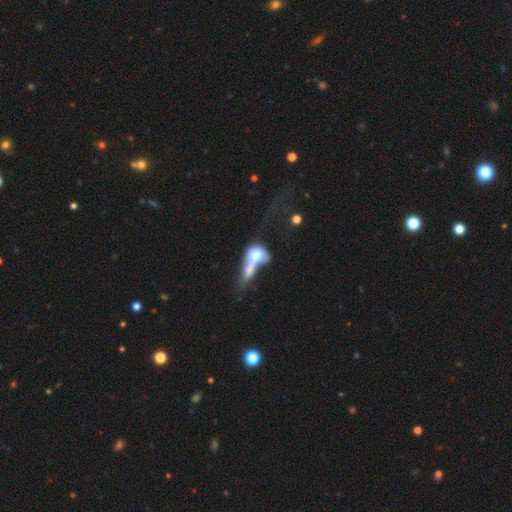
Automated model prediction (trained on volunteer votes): smooth 57%, featured or disk 34%, star or artifact 9%. Down the decision tree: how rounded — in between (58%); merging — merger (69%).